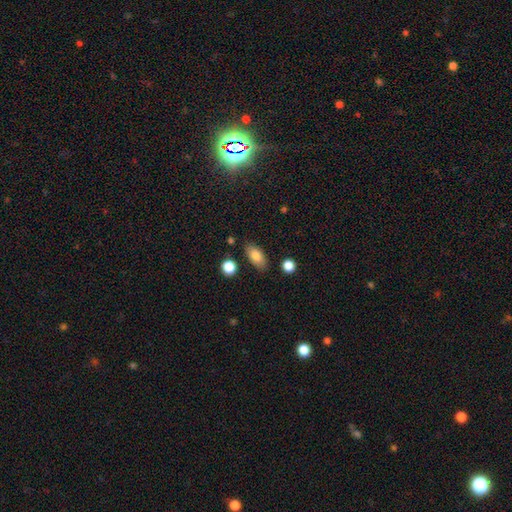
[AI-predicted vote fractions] smooth_or_featured: smooth (p=0.82) [alt: featured or disk p=0.10]
how_rounded: in between (p=0.88) [alt: cigar-shaped p=0.07]
merging: none (p=0.81) [alt: minor disturbance p=0.13]